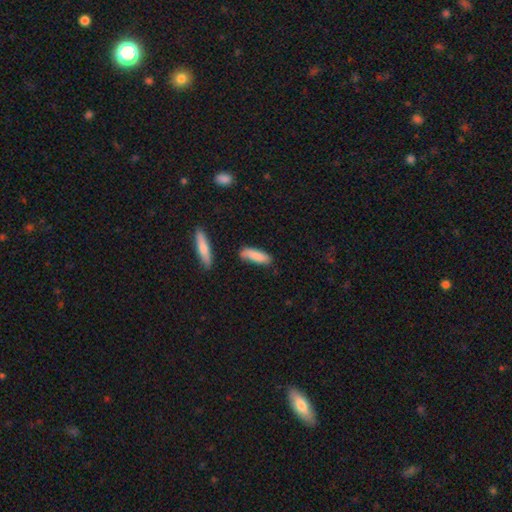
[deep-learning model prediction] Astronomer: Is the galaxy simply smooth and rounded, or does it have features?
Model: smooth — 83%.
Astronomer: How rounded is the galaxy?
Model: cigar-shaped — 52% (runner-up: in between, 46%).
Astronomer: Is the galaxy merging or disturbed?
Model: none — 71%.